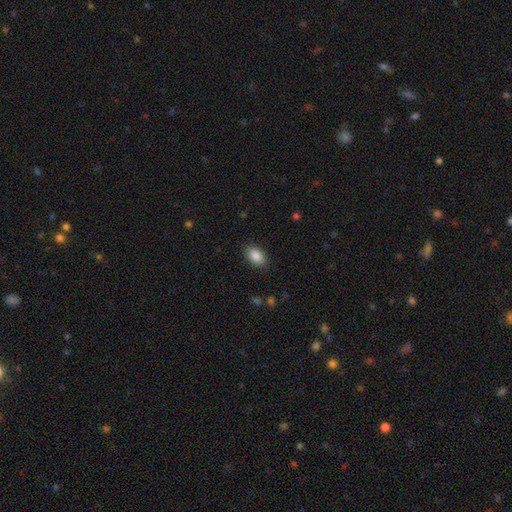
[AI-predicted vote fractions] Q: Smooth or featured?
A: smooth (89%); runner-up: star or artifact (7%)
Q: How rounded?
A: in between (91%); runner-up: round (8%)
Q: Merging?
A: none (88%); runner-up: minor disturbance (9%)